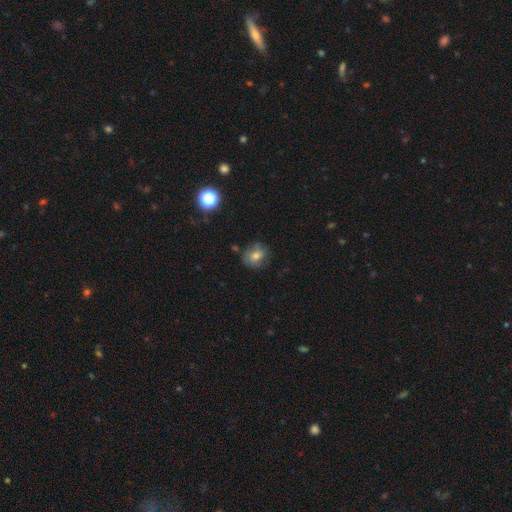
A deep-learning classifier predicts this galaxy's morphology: Q: Smooth or featured?
A: smooth (65%); runner-up: featured or disk (22%)
Q: How rounded?
A: round (72%); runner-up: in between (27%)
Q: Merging?
A: none (71%); runner-up: minor disturbance (21%)